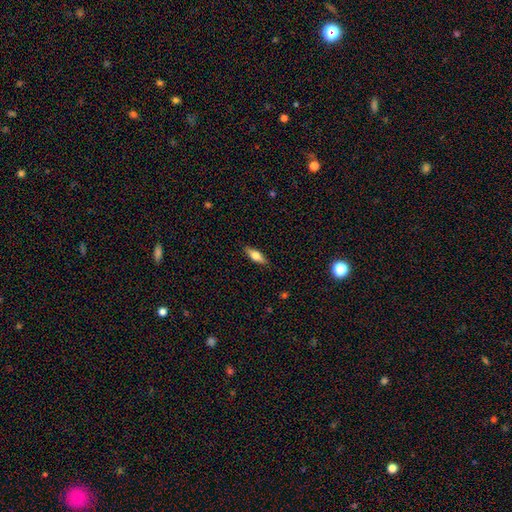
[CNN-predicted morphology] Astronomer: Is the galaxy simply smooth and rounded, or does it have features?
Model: smooth — 54% (runner-up: featured or disk, 39%).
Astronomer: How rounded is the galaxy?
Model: in between — 51% (runner-up: cigar-shaped, 46%).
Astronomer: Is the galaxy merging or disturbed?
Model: none — 88%.